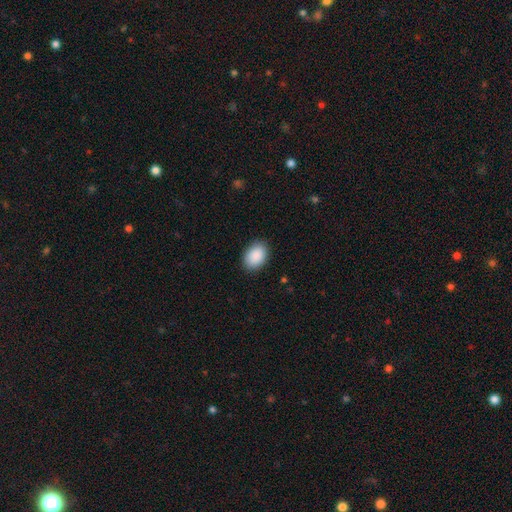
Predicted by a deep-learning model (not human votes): This is clearly a smooth galaxy (91%). How rounded: clearly in between (83%). Merging: clearly none (88%).